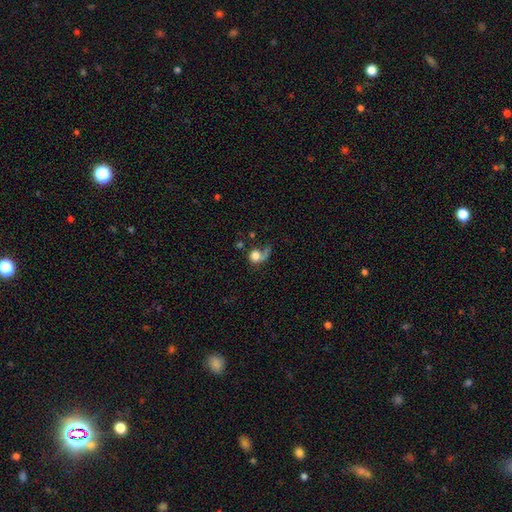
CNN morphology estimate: A smooth galaxy with no disk features (61%) that is round (74%). Merging: major disturbance (47%).